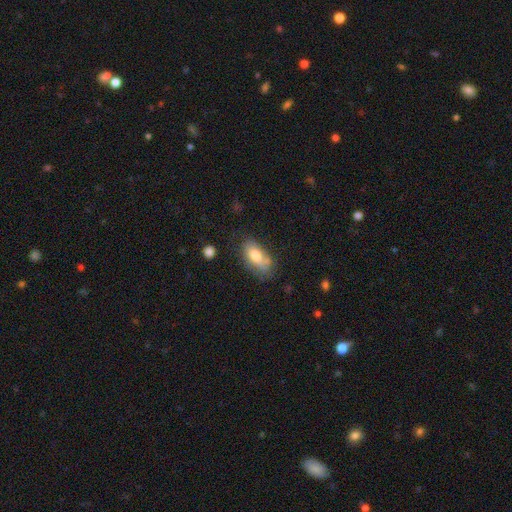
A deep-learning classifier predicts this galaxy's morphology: smooth 72%, featured or disk 21%, star or artifact 7%. Down the decision tree: how rounded — in between (89%); merging — none (60%).